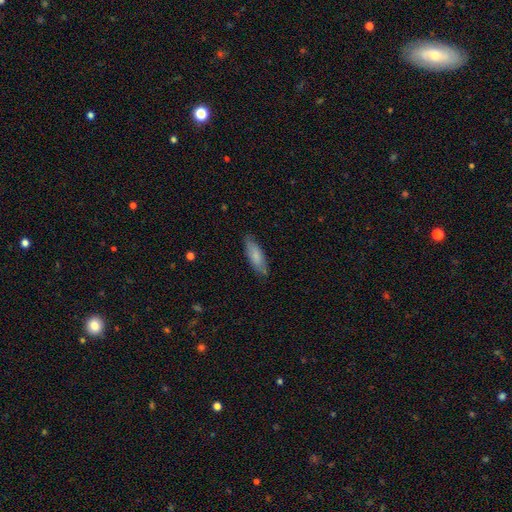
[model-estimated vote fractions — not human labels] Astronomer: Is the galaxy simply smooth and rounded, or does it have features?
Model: smooth — 77%.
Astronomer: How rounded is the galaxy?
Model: in between — 57% (runner-up: cigar-shaped, 42%).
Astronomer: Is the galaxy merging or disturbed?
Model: none — 80%.